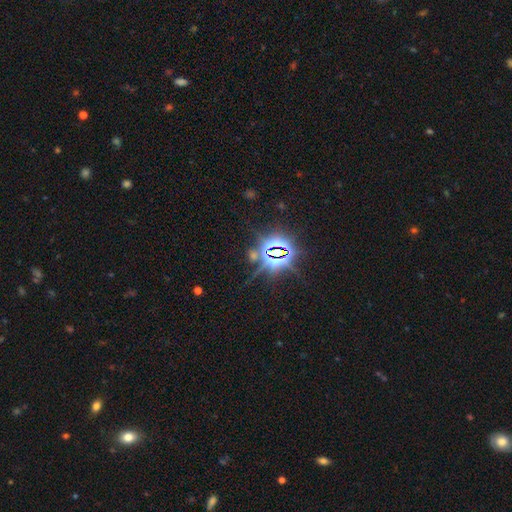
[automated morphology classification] This appears to be a star or artifact, not a galaxy (85%).